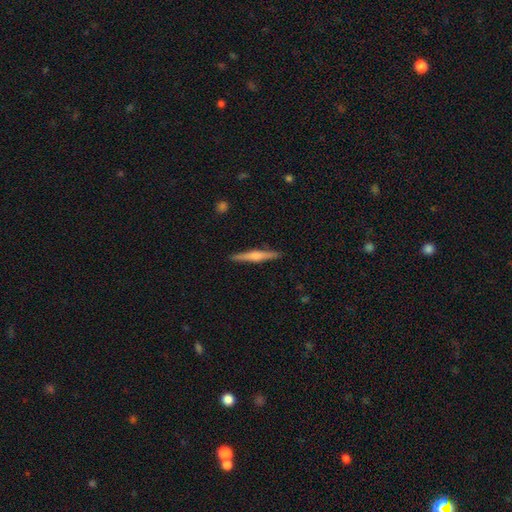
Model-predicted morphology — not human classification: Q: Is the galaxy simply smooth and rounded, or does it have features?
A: featured or disk — 56%.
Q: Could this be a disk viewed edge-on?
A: yes — 98%.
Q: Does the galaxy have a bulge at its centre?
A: rounded — 70%.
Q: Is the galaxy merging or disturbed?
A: none — 91%.